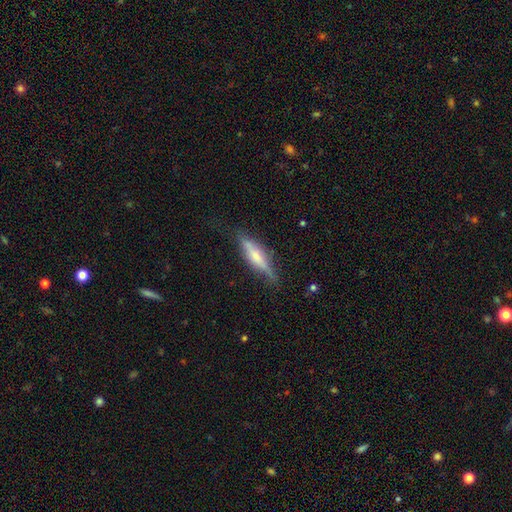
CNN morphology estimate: This appears to be a featured or disk galaxy (60%) viewed edge-on (93%) with a rounded central bulge (65%). Merging: none (75%).